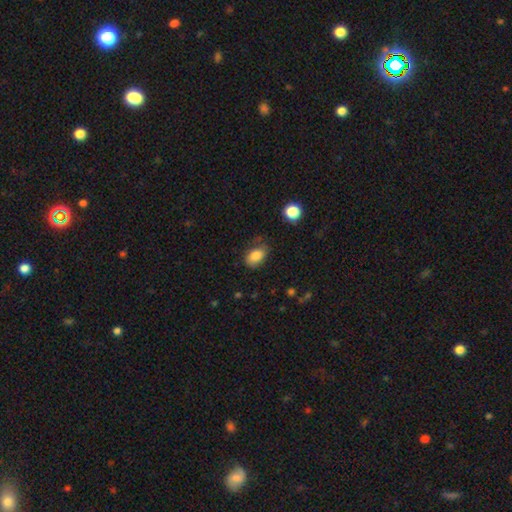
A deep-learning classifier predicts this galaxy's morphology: Smooth or featured? Predicted: smooth (p=0.79). How rounded? Predicted: in between (p=0.85). Merging? Predicted: none (p=0.63).